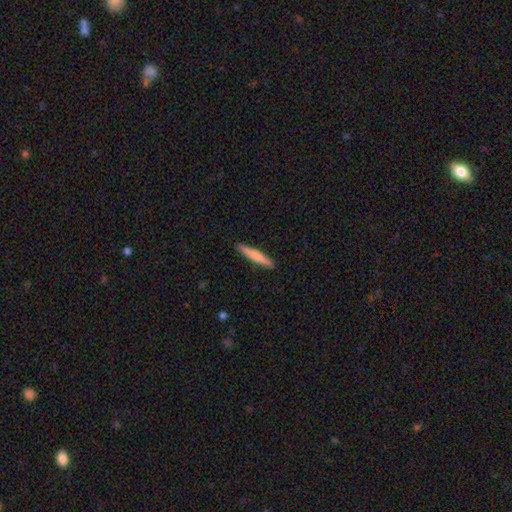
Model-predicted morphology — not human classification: A smooth galaxy with no disk features (64%) that is cigar-shaped (94%). Merging: none (92%).